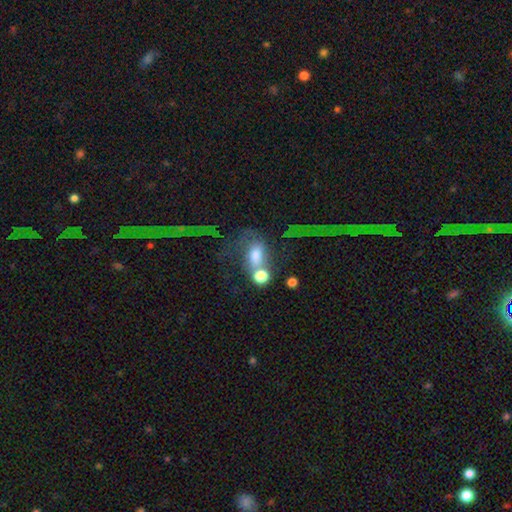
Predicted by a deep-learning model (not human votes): smooth 55%, featured or disk 31%, star or artifact 14%. Down the decision tree: how rounded — in between (64%); merging — merger (46%).